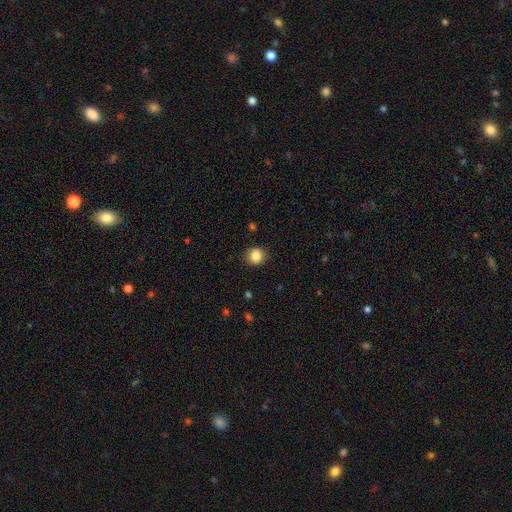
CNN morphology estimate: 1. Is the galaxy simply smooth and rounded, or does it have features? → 85% smooth, 10% star or artifact, 5% featured or disk.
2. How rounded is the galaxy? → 81% round, 19% in between, 1% cigar-shaped.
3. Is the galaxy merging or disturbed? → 87% none, 9% minor disturbance, 3% major disturbance, 1% merger.